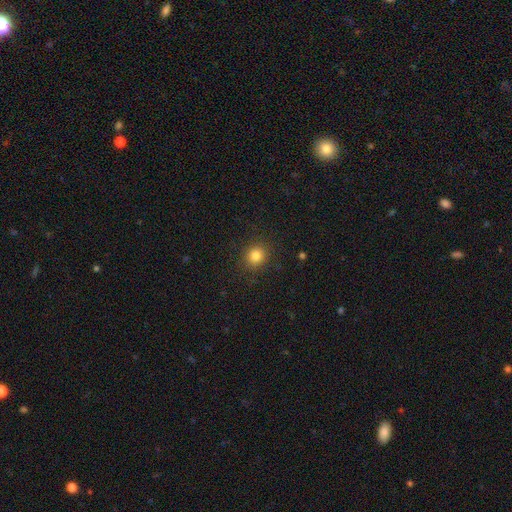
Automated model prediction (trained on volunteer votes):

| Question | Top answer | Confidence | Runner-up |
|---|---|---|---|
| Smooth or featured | smooth | 83% | star or artifact (12%) |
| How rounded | round | 84% | in between (15%) |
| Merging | none | 89% | minor disturbance (8%) |